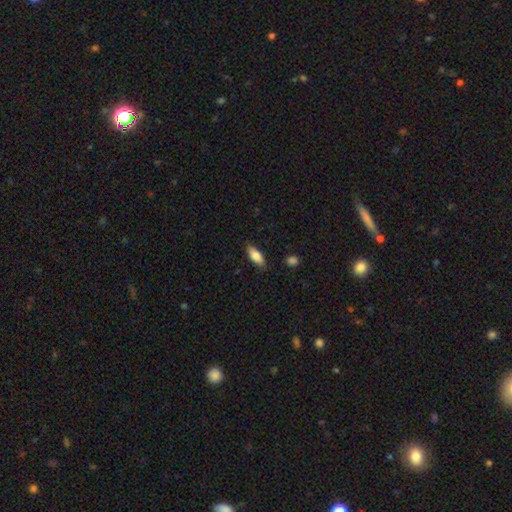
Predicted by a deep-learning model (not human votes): Smooth or featured? smooth (80%)
How rounded? in between (76%)
Merging? none (83%)